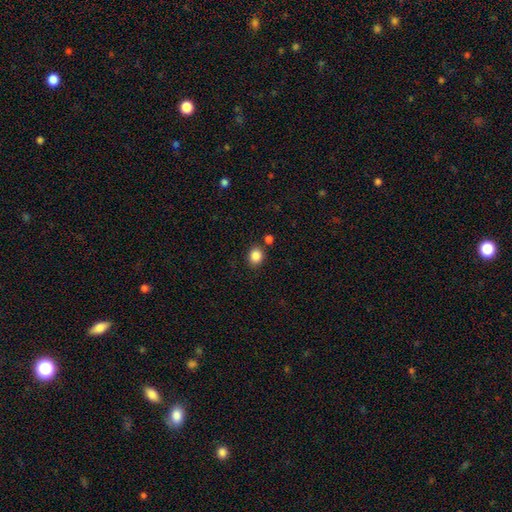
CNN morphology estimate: smooth 87%, star or artifact 10%, featured or disk 3%. Down the decision tree: how rounded — round (64%); merging — none (81%).